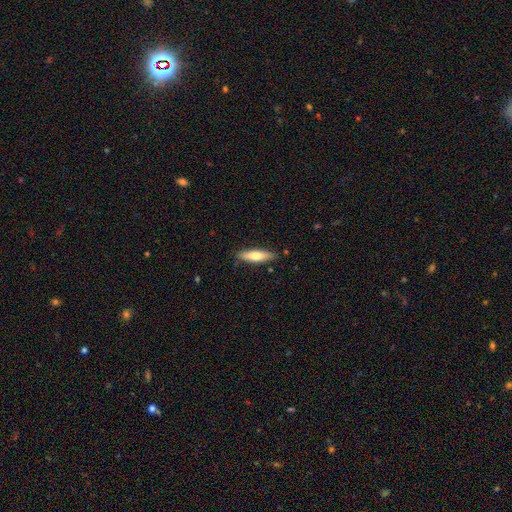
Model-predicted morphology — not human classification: Smooth or featured? Predicted: smooth (p=0.63). How rounded? Predicted: cigar-shaped (p=0.69). Merging? Predicted: none (p=0.86).